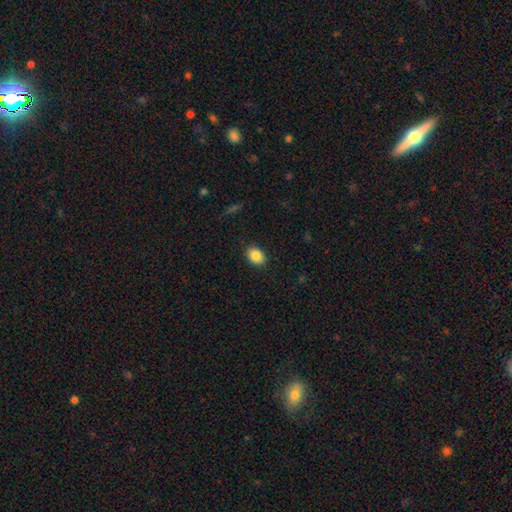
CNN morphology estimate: smooth-or-featured: smooth: 86% | star or artifact: 8% | featured or disk: 6%
  how-rounded: in between: 71% | round: 28% | cigar-shaped: 1%
  merging: none: 88% | minor disturbance: 9% | major disturbance: 2% | merger: 1%